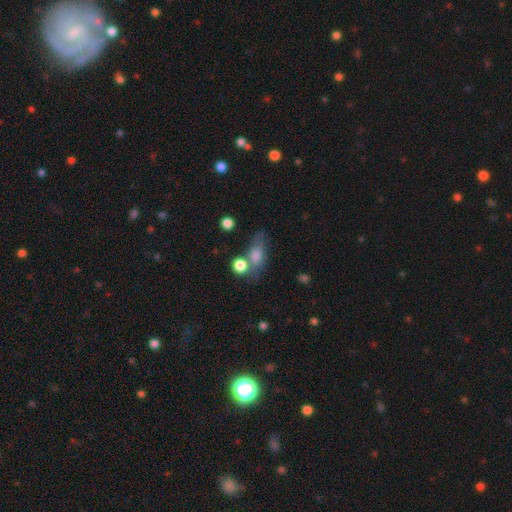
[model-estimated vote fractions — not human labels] Smooth or featured: smooth — 71% (featured or disk — 15%)
How rounded: in between — 67% (round — 22%)
Merging: none — 46% (merger — 21%)